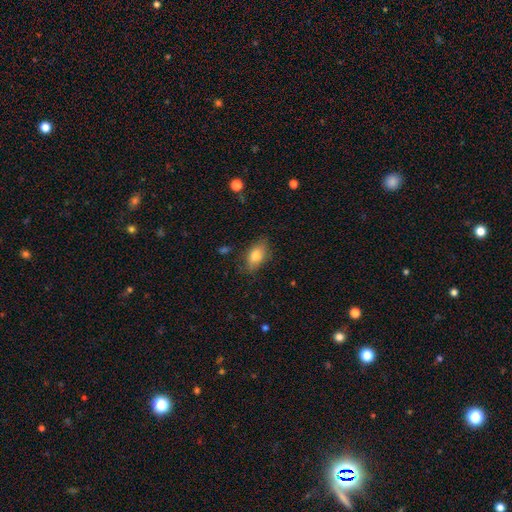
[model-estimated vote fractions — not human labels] The model was most divided on "merging": none: 77%, minor disturbance: 18%, major disturbance: 4%, merger: 1%. More confident: how rounded — in between (88%); smooth or featured — smooth (77%).